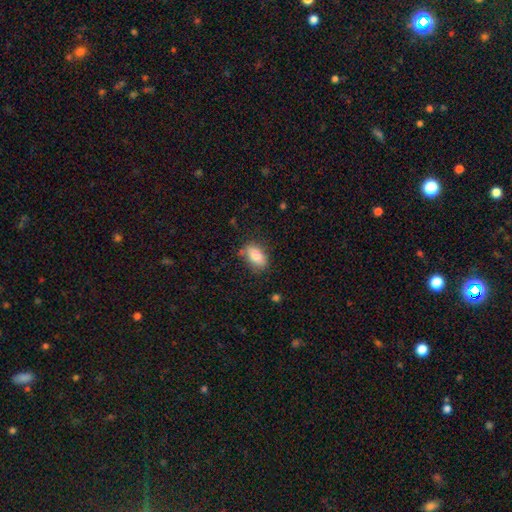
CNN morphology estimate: A smooth galaxy with no disk features (83%) that is in between round and cigar-shaped (90%). Merging: none (76%).